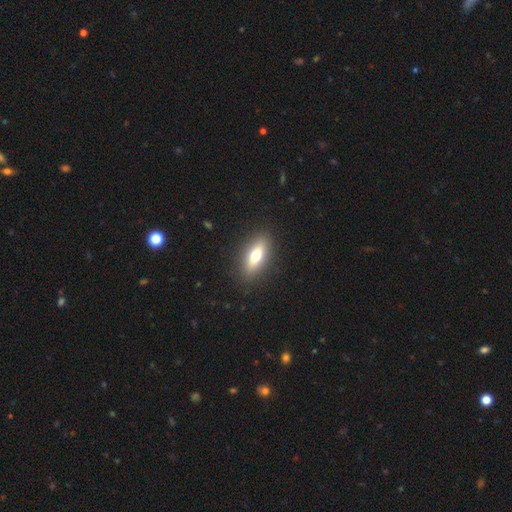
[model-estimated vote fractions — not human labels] Smooth or featured?
  - smooth: 62% *
  - featured or disk: 30%
  - star or artifact: 8%
How rounded?
  - in between: 69% *
  - cigar-shaped: 26%
  - round: 4%
Merging?
  - none: 89% *
  - minor disturbance: 8%
  - major disturbance: 3%
  - merger: 1%